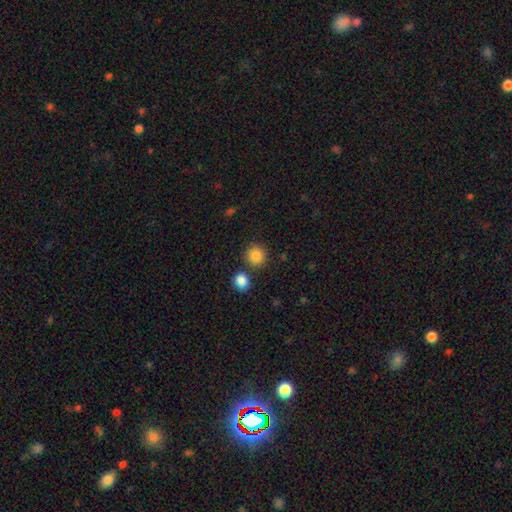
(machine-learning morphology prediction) Q: Smooth or featured?
A: smooth (87%); runner-up: star or artifact (9%)
Q: How rounded?
A: round (91%); runner-up: in between (8%)
Q: Merging?
A: none (80%); runner-up: merger (9%)